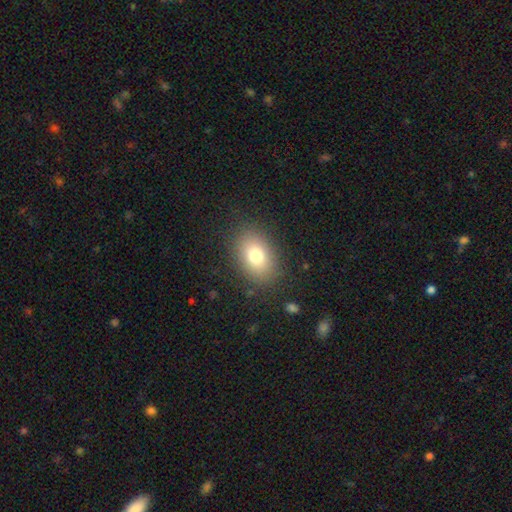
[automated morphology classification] A smooth galaxy with no disk features (77%) that is in between round and cigar-shaped (77%). Merging: none (85%).